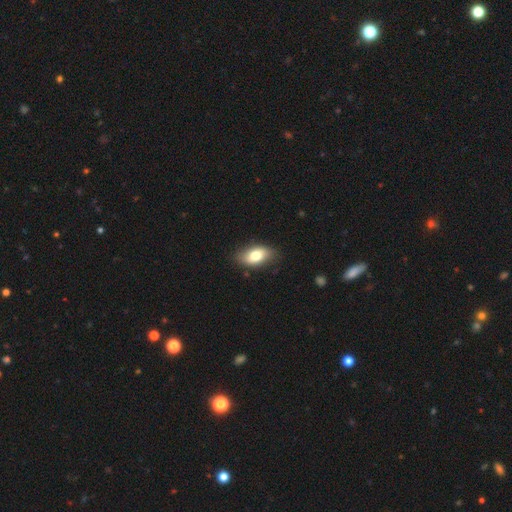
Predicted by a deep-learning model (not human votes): Smooth or featured?
  - smooth: 74% *
  - featured or disk: 19%
  - star or artifact: 7%
How rounded?
  - in between: 91% *
  - round: 6%
  - cigar-shaped: 3%
Merging?
  - none: 81% *
  - minor disturbance: 15%
  - major disturbance: 3%
  - merger: 1%